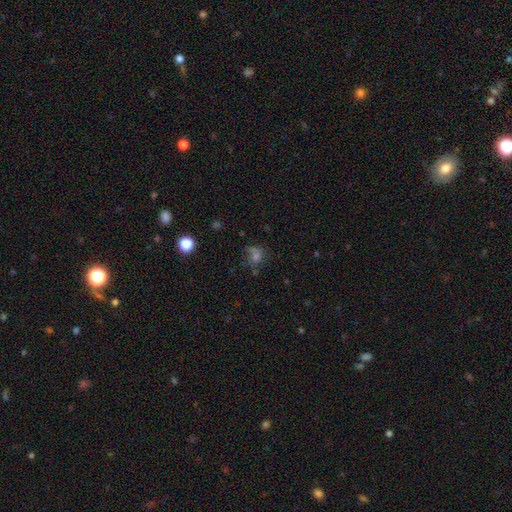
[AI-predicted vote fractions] Overall: smooth (48%; star or artifact 30%). Merging: none (54%; minor disturbance 21%).